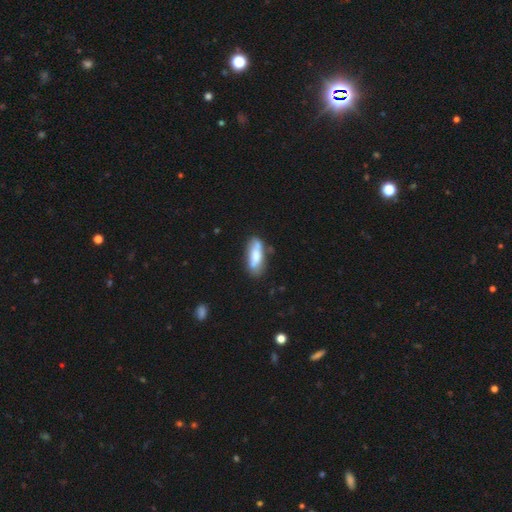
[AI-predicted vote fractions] Smooth or featured? smooth (65%)
How rounded? in between (65%)
Merging? none (64%)